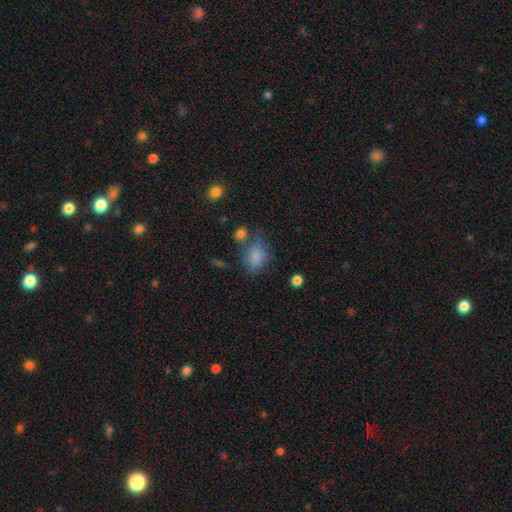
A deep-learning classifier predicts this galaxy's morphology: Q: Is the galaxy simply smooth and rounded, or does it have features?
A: smooth — 79%.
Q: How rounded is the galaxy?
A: in between — 73%.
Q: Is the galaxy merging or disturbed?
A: none — 43%.